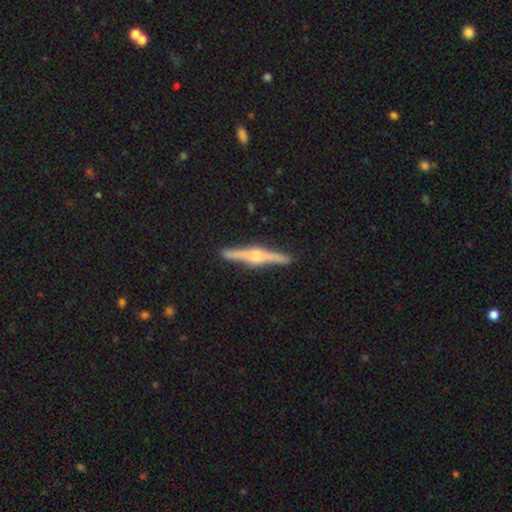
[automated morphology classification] Q: Smooth or featured?
A: featured or disk (82%); runner-up: smooth (13%)
Q: Edge-on disk?
A: yes (98%); runner-up: no (2%)
Q: Edge-on bulge?
A: rounded (90%); runner-up: boxy (7%)
Q: Merging?
A: none (91%); runner-up: minor disturbance (6%)